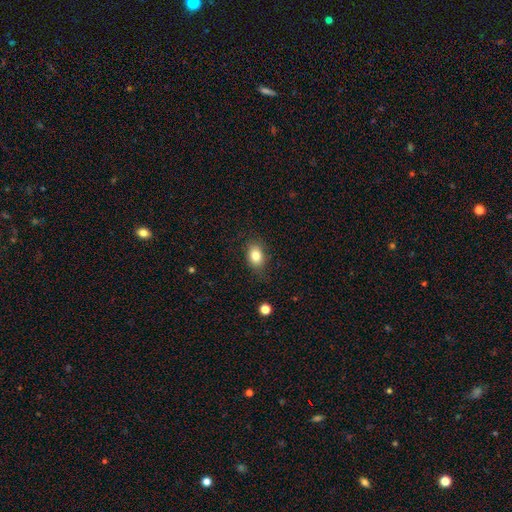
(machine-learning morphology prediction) Smooth or featured? smooth (83%)
How rounded? in between (77%)
Merging? none (80%)